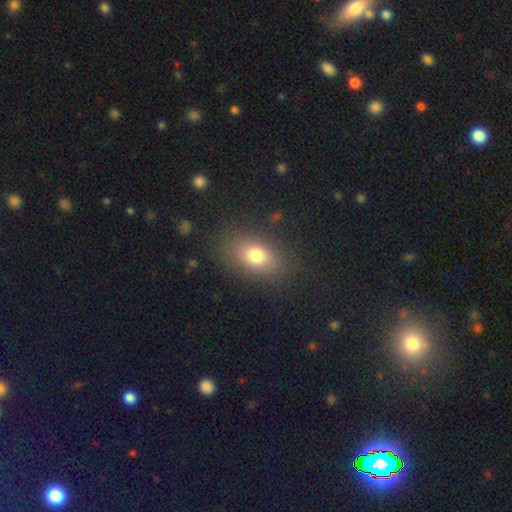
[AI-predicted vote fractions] smooth 76%, star or artifact 12%, featured or disk 12%. Down the decision tree: how rounded — in between (75%); merging — none (83%).